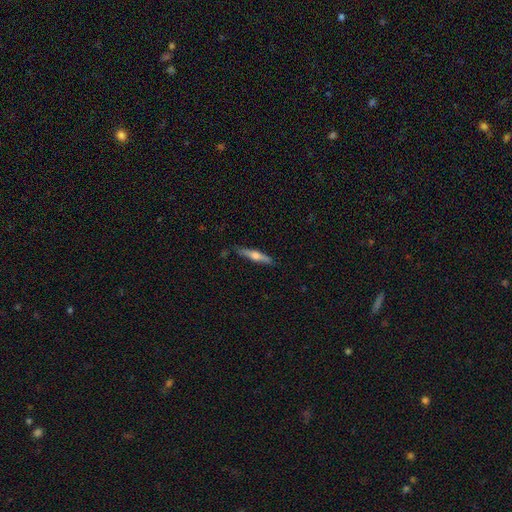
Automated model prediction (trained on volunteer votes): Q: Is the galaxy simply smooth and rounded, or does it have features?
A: featured or disk — 51%.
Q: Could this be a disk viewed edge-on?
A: yes — 95%.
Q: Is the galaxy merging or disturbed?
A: none — 84%.